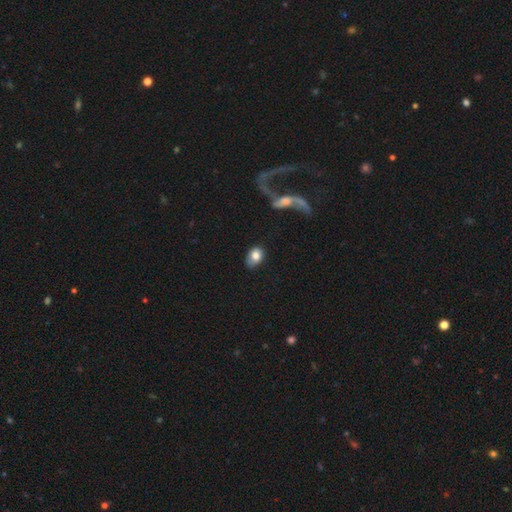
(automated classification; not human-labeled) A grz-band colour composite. It shows a smooth galaxy with no disk features (78%) that is in between round and cigar-shaped (76%). Merging: none (64%).